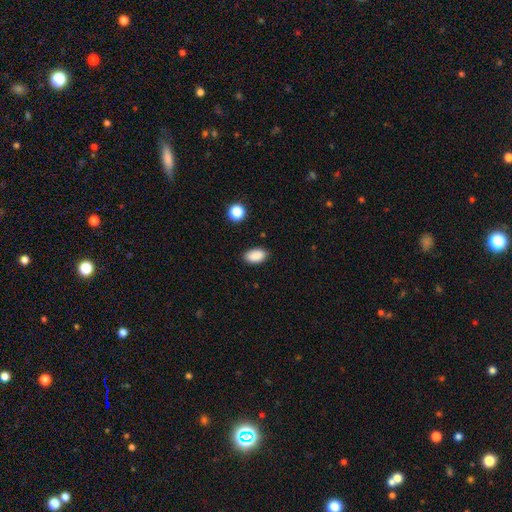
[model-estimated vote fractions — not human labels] A smooth galaxy with no disk features (89%) that is in between round and cigar-shaped (91%). Merging: none (87%).